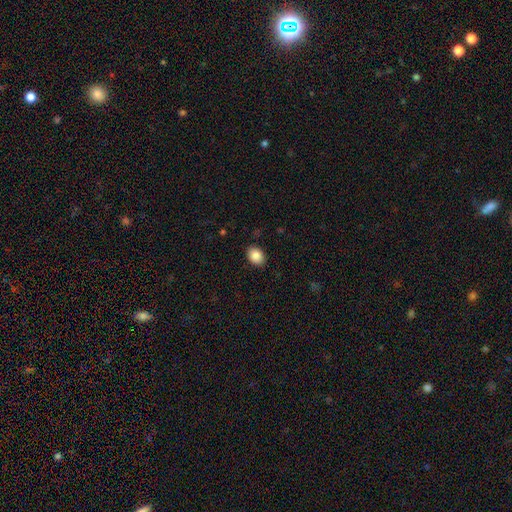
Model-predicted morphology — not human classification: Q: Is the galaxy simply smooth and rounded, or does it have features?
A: smooth — 87%.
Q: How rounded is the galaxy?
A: in between — 70%.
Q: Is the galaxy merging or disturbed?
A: none — 88%.